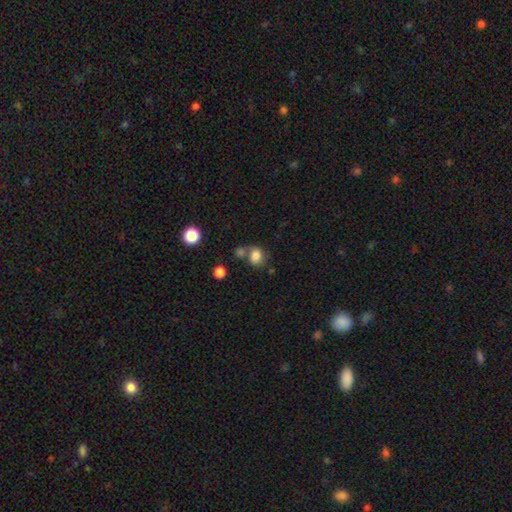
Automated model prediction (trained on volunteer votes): Smooth or featured: smooth — 81% (star or artifact — 11%)
How rounded: round — 54% (in between — 45%)
Merging: none — 50% (merger — 27%)